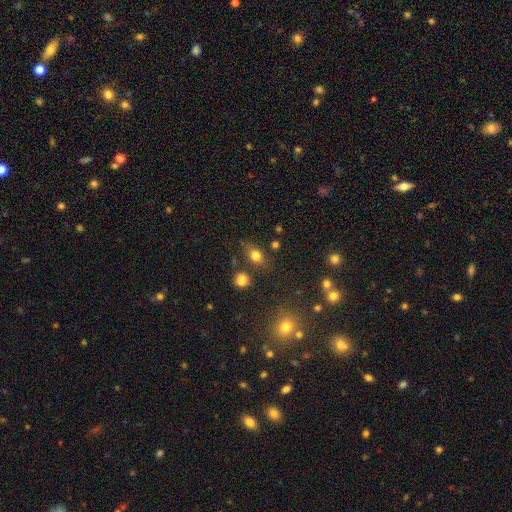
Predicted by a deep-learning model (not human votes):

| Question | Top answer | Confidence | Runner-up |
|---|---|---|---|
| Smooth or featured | smooth | 78% | star or artifact (12%) |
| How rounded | in between | 68% | round (29%) |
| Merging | none | 71% | minor disturbance (16%) |